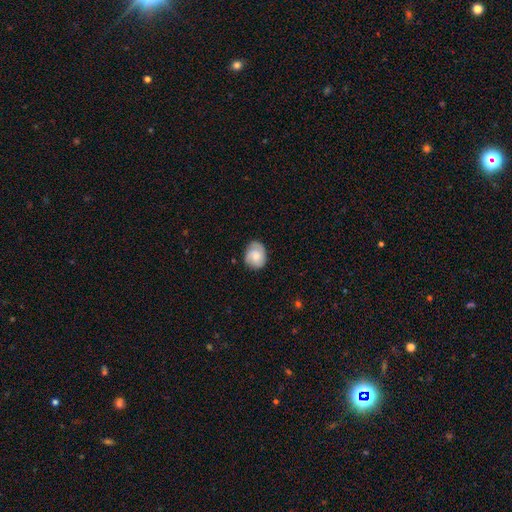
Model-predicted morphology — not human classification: This is possibly a smooth galaxy (55%). How rounded: possibly round (56%). Merging: likely none (71%).